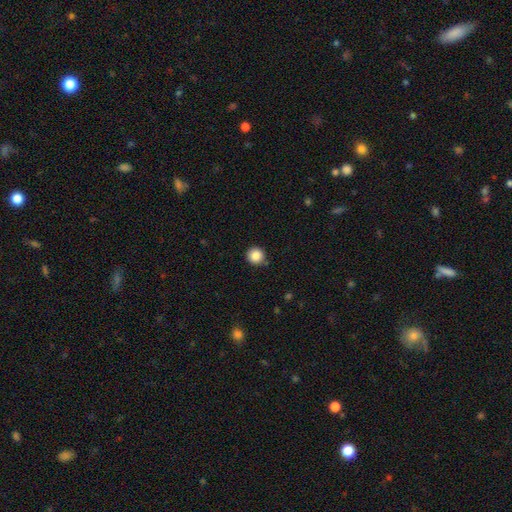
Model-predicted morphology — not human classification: Smooth or featured? smooth (86%)
How rounded? round (95%)
Merging? none (88%)